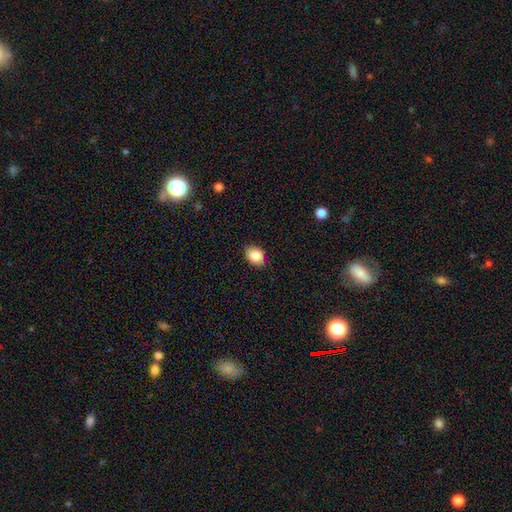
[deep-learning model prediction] A smooth galaxy with no disk features (86%) that is in between round and cigar-shaped (68%).

Vote fractions:
- Smooth or featured? smooth: 86% / star or artifact: 8% / featured or disk: 6%
- How rounded? in between: 68% / round: 31% / cigar-shaped: 1%
- Merging? none: 84% / minor disturbance: 13% / major disturbance: 2% / merger: 1%